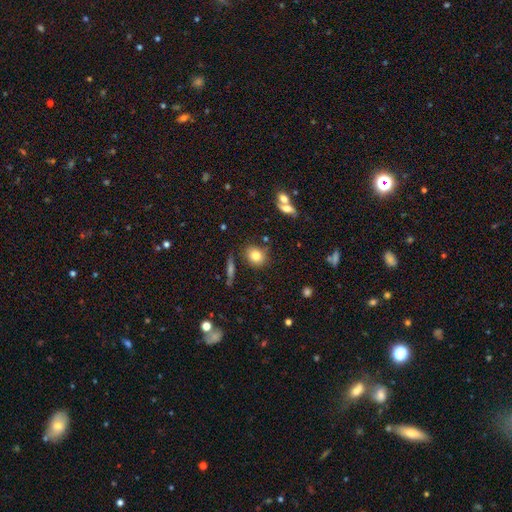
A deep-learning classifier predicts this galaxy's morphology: This is clearly a smooth galaxy (80%). How rounded: possibly round (60%). Merging: likely none (80%).